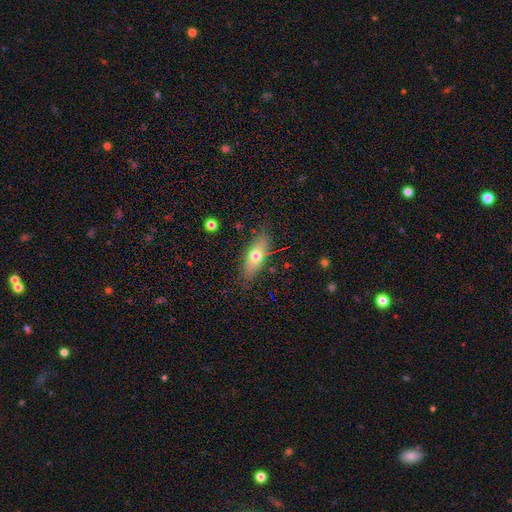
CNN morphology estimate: smooth 61%, featured or disk 31%, star or artifact 8%. Down the decision tree: how rounded — in between (63%); merging — none (83%).